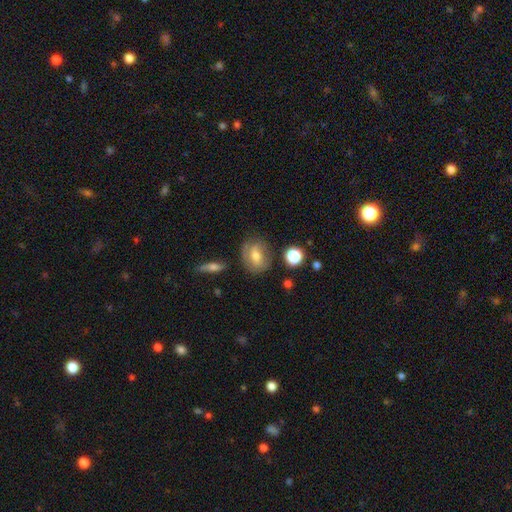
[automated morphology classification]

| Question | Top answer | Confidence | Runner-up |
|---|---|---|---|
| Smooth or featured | smooth | 57% | featured or disk (33%) |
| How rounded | in between | 60% | round (37%) |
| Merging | none | 71% | minor disturbance (19%) |